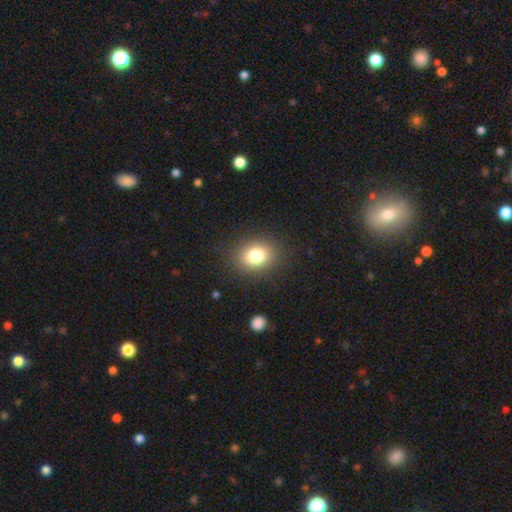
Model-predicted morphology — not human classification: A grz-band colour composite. It shows a smooth galaxy with no disk features (78%) that is in between round and cigar-shaped (51%). Merging: none (87%).